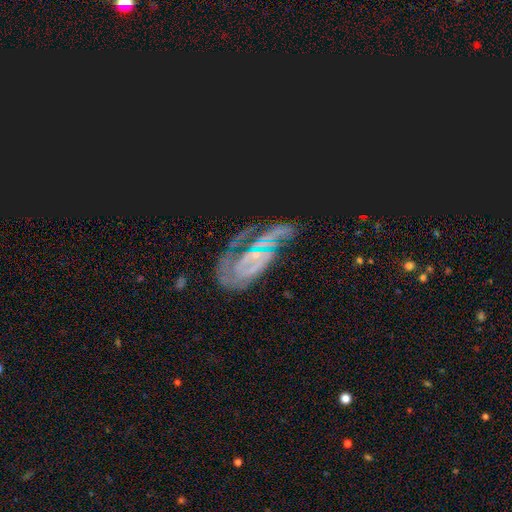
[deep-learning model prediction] This appears to be a featured or disk galaxy (60%) with no bar (42%), spiral arms (84%) and a small central bulge (65%). Merging: none (51%).